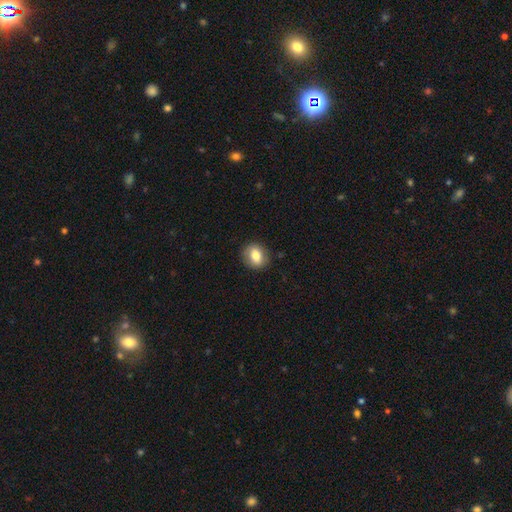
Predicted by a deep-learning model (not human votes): smooth 78%, featured or disk 13%, star or artifact 8%. Down the decision tree: how rounded — round (56%); merging — none (87%).